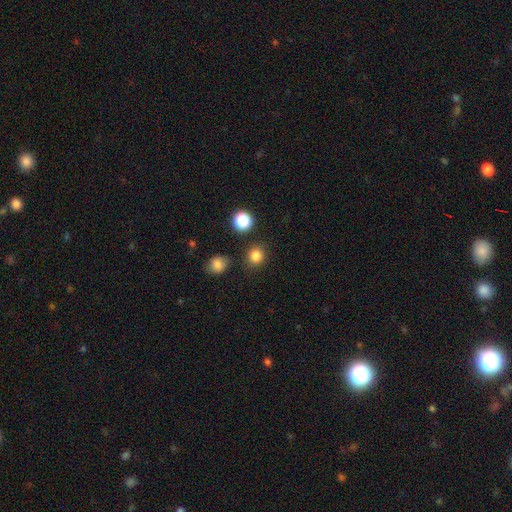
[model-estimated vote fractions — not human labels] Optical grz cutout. It shows a smooth galaxy with no disk features (82%) that is round (86%). Merging: none (84%).